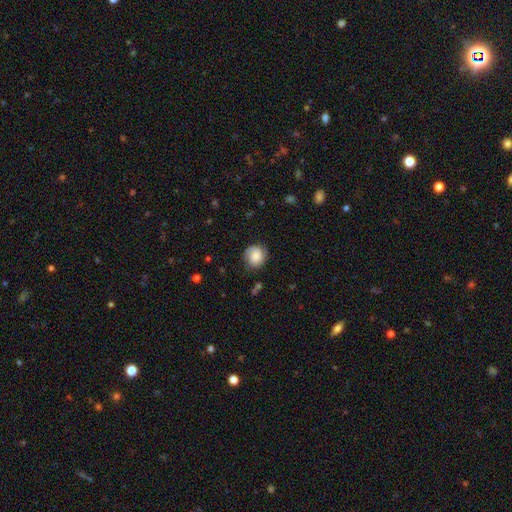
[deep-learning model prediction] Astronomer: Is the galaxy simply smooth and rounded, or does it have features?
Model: smooth — 61%.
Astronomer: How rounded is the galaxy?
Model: round — 81%.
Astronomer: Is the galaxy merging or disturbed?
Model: none — 73%.